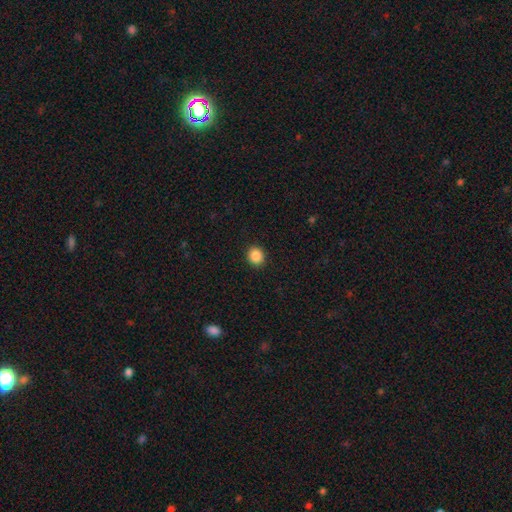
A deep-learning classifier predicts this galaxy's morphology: type=smooth (88%); roundness=round (82%); merging=none (92%).